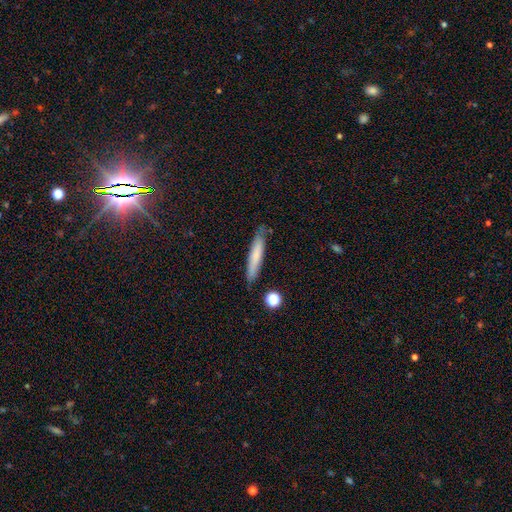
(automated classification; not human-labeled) Overall: smooth (71%). How rounded: cigar-shaped (91%). Merging: none (81%).